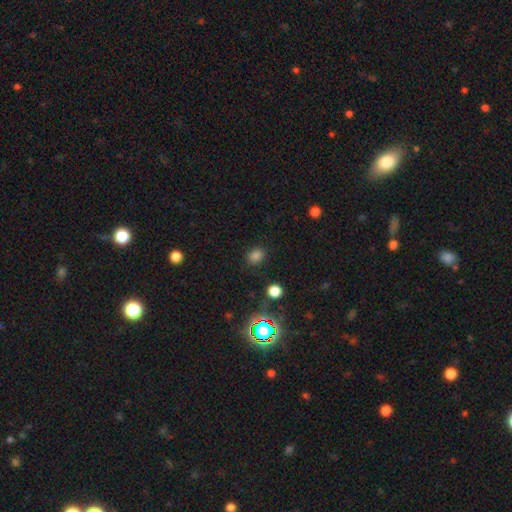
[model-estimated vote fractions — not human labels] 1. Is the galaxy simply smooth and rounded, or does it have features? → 76% smooth, 20% star or artifact, 4% featured or disk.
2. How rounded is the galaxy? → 63% round, 36% in between, 1% cigar-shaped.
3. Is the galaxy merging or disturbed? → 87% none, 9% minor disturbance, 3% major disturbance, 2% merger.